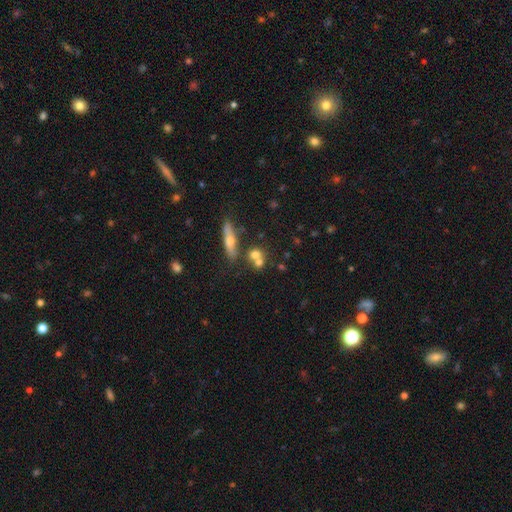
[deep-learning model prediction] smooth_or_featured: smooth (p=0.63) [alt: featured or disk p=0.23]
how_rounded: round (p=0.66) [alt: in between p=0.23]
merging: none (p=0.50) [alt: merger p=0.36]